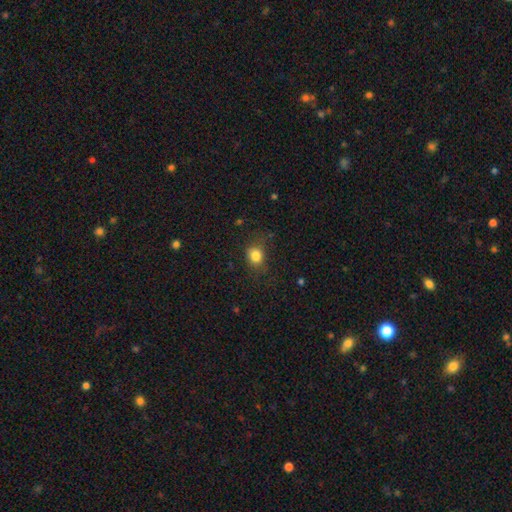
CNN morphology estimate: type=smooth (82%); roundness=round (61%); merging=none (73%).